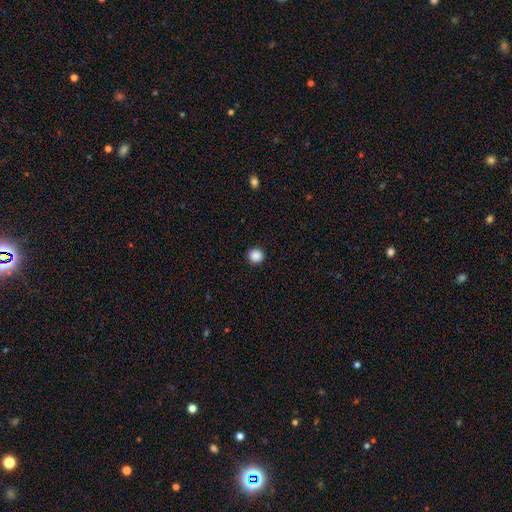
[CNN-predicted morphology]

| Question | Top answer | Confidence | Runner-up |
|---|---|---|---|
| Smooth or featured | smooth | 88% | star or artifact (9%) |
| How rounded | round | 94% | in between (5%) |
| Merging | none | 93% | minor disturbance (4%) |